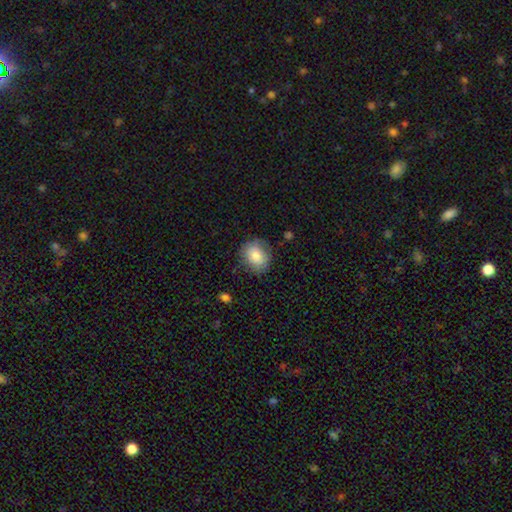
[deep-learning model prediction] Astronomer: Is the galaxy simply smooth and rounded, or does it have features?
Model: smooth — 76%.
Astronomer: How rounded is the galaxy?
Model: round — 65%.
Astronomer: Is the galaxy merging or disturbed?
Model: none — 77%.